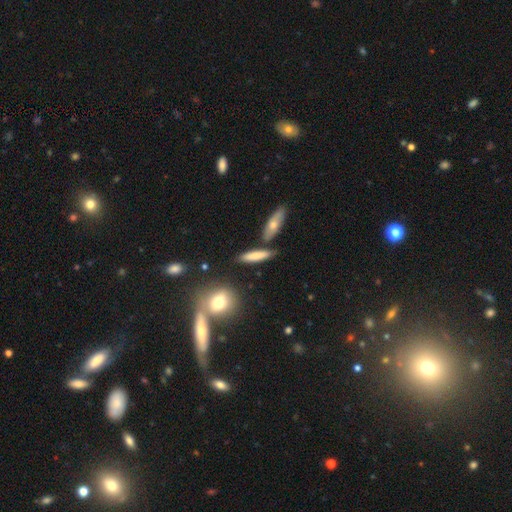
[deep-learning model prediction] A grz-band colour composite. It shows a smooth galaxy with no disk features (75%) that is cigar-shaped (76%). Merging: none (77%).